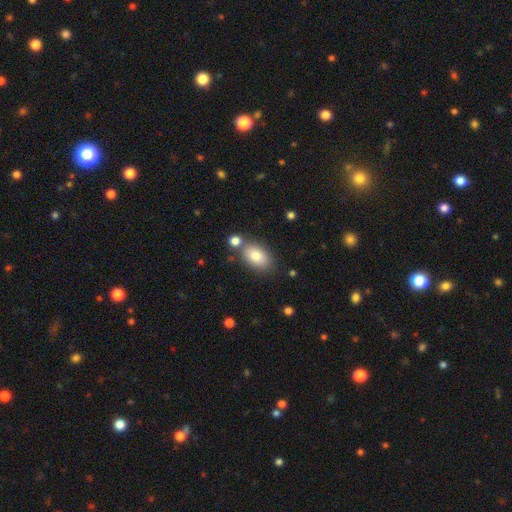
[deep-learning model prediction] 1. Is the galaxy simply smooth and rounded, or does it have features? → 81% smooth, 11% featured or disk, 8% star or artifact.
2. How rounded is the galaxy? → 88% in between, 10% round, 2% cigar-shaped.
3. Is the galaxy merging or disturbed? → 69% none, 15% merger, 13% minor disturbance, 4% major disturbance.